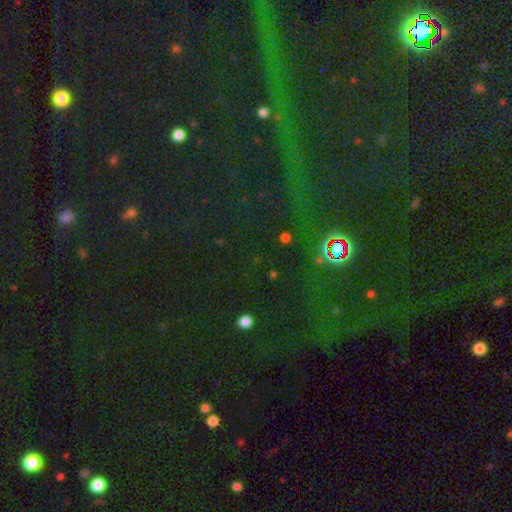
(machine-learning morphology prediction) Smooth or featured? Predicted: star or artifact (p=0.79).